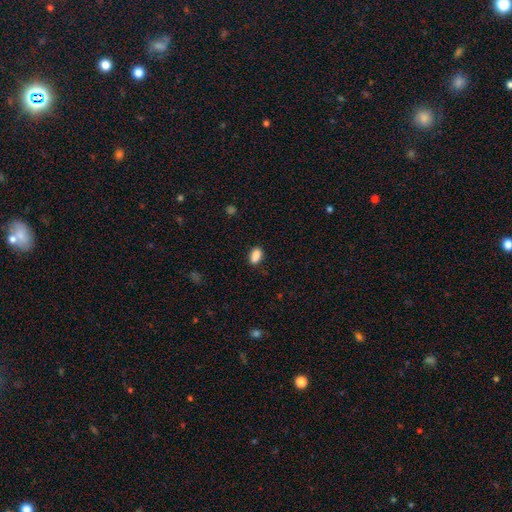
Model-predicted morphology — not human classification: A smooth galaxy with no disk features (88%) that is in between round and cigar-shaped (88%).

Vote fractions:
- Smooth or featured? smooth: 88% / star or artifact: 9% / featured or disk: 3%
- How rounded? in between: 88% / round: 9% / cigar-shaped: 3%
- Merging? none: 85% / minor disturbance: 11% / major disturbance: 2% / merger: 2%